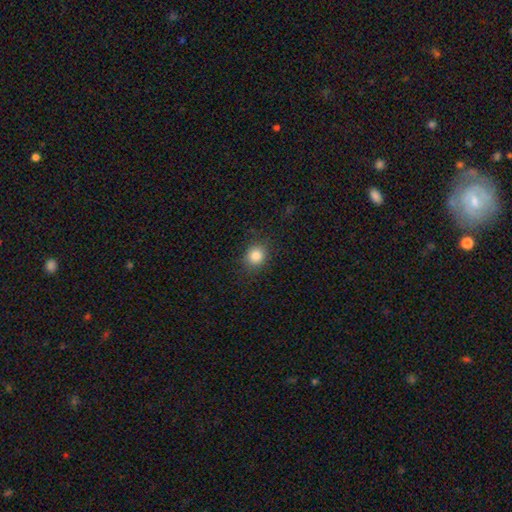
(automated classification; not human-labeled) smooth-or-featured: smooth: 84% | star or artifact: 11% | featured or disk: 5%
  how-rounded: round: 80% | in between: 19% | cigar-shaped: 1%
  merging: none: 87% | minor disturbance: 9% | major disturbance: 3% | merger: 1%